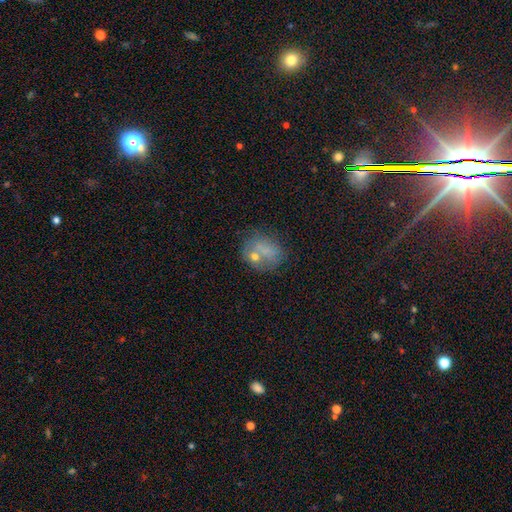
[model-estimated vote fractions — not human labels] This appears to be a smooth galaxy with no disk features (59%) that is round (64%). Merging: none (56%).